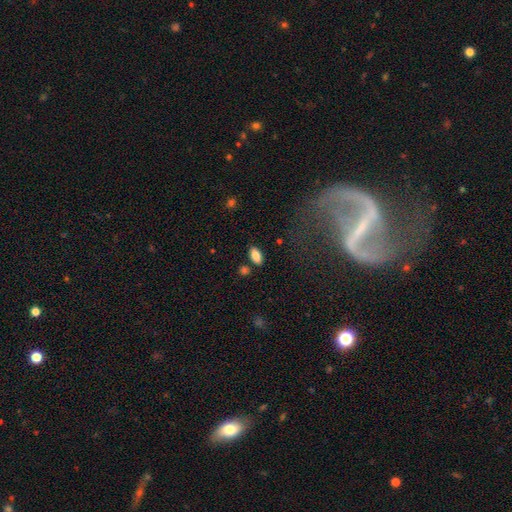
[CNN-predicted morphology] Q: Smooth or featured?
A: smooth (84%); runner-up: featured or disk (8%)
Q: How rounded?
A: in between (90%); runner-up: cigar-shaped (6%)
Q: Merging?
A: none (83%); runner-up: minor disturbance (10%)